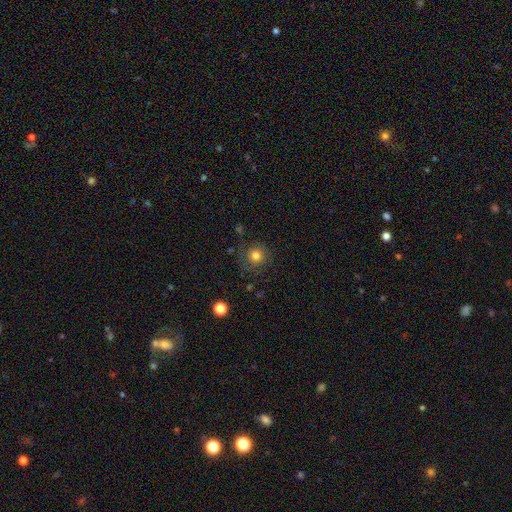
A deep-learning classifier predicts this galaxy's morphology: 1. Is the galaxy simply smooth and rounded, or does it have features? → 78% smooth, 12% star or artifact, 10% featured or disk.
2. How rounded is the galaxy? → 94% round, 5% in between, 1% cigar-shaped.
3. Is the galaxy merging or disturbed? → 81% none, 12% minor disturbance, 5% major disturbance, 2% merger.